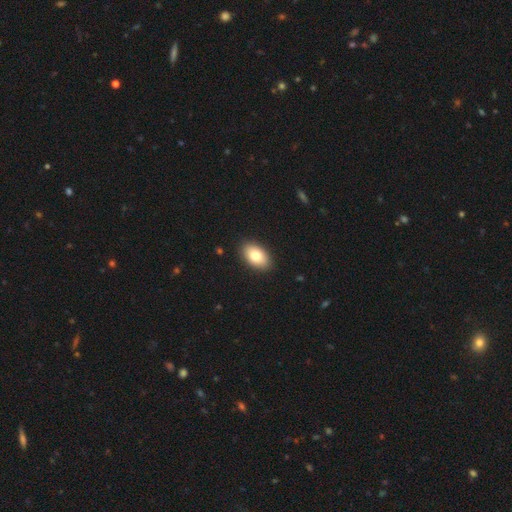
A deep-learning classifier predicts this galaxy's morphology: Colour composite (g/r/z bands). It shows a smooth galaxy with no disk features (80%) that is in between round and cigar-shaped (92%). Merging: none (90%).